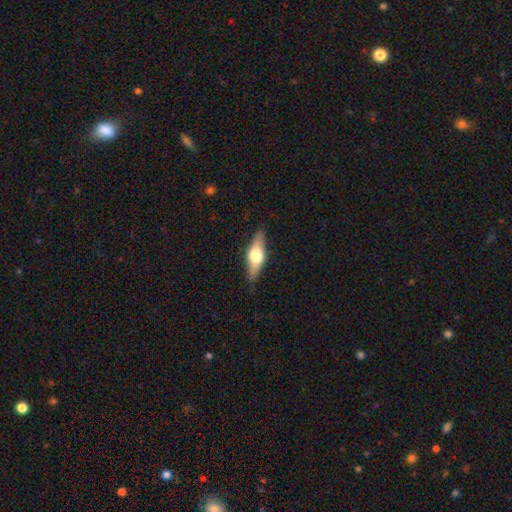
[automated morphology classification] A featured or disk galaxy (60%) viewed edge-on (93%) with a rounded central bulge (94%).

Vote fractions:
- Smooth or featured? featured or disk: 60% / smooth: 34% / star or artifact: 6%
- Edge-on disk? yes: 93% / no: 7%
- Edge-on bulge? rounded: 94% / boxy: 5% / none: 1%
- Merging? none: 85% / minor disturbance: 11% / major disturbance: 3% / merger: 1%